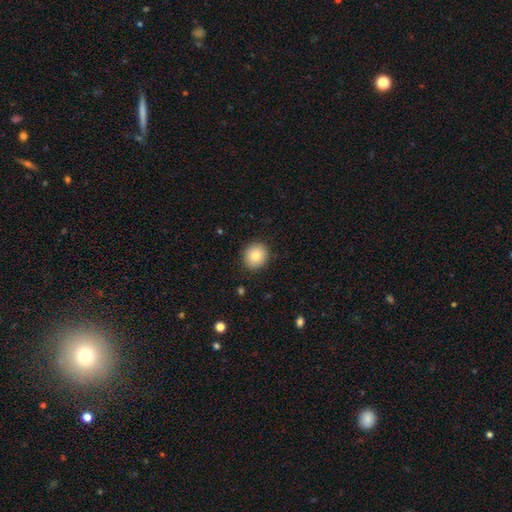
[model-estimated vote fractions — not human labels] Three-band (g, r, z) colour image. It shows a smooth galaxy with no disk features (84%) that is round (79%). Merging: none (89%).